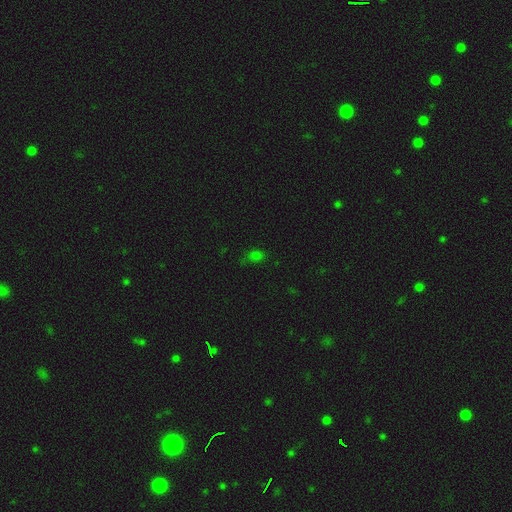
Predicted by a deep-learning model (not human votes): smooth 67%, star or artifact 28%, featured or disk 6%. Down the decision tree: how rounded — in between (79%); merging — none (66%).